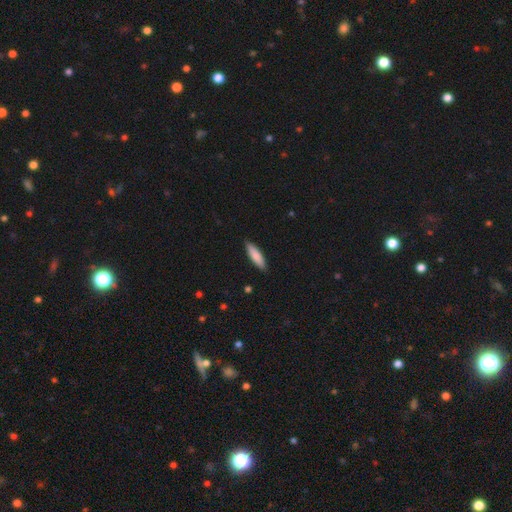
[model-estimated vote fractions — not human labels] smooth_or_featured: smooth (p=0.82) [alt: featured or disk p=0.12]
how_rounded: cigar-shaped (p=0.66) [alt: in between p=0.33]
merging: none (p=0.88) [alt: minor disturbance p=0.09]